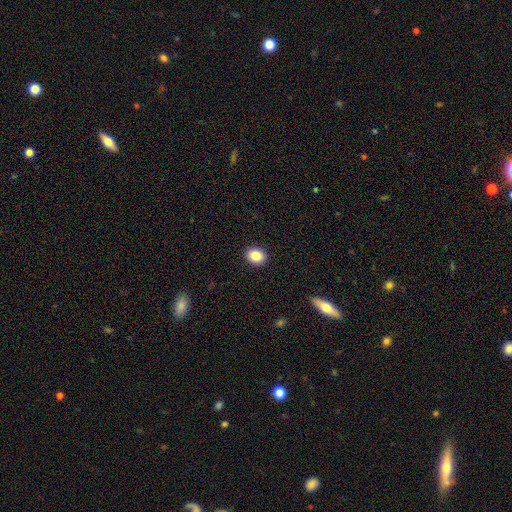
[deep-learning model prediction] Smooth or featured? Predicted: smooth (p=0.86). How rounded? Predicted: round (p=0.57). Merging? Predicted: none (p=0.92).